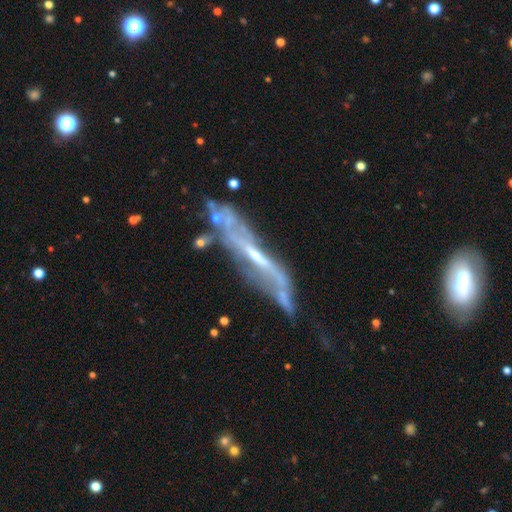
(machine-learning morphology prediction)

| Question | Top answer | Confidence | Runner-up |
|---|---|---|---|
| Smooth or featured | featured or disk | 79% | smooth (12%) |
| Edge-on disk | yes | 52% | no (48%) |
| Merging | none | 56% | minor disturbance (24%) |